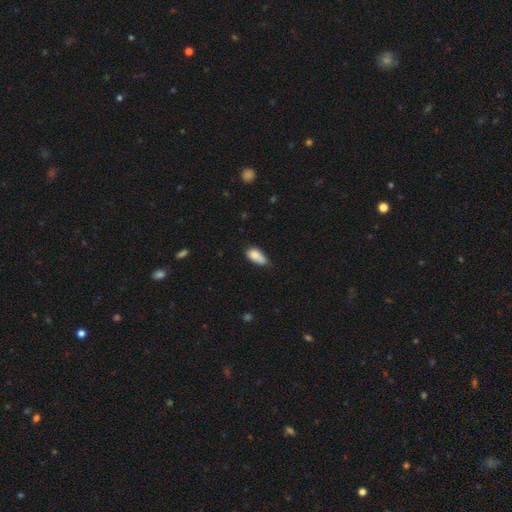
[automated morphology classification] Smooth or featured: smooth — 82% (featured or disk — 11%)
How rounded: in between — 90% (cigar-shaped — 6%)
Merging: none — 43% (minor disturbance — 42%)